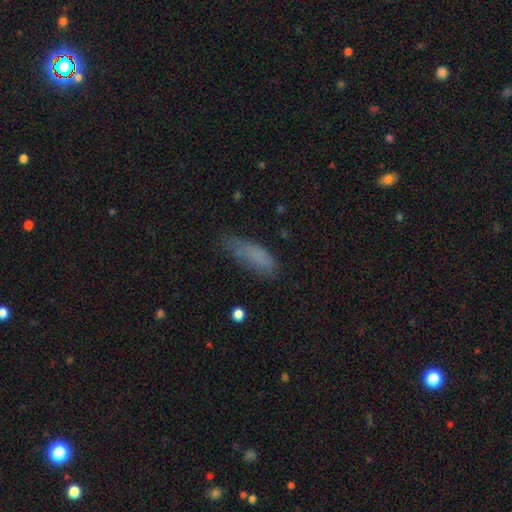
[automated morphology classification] This is likely a smooth galaxy (76%). How rounded: possibly in between (53%). Merging: possibly none (57%).